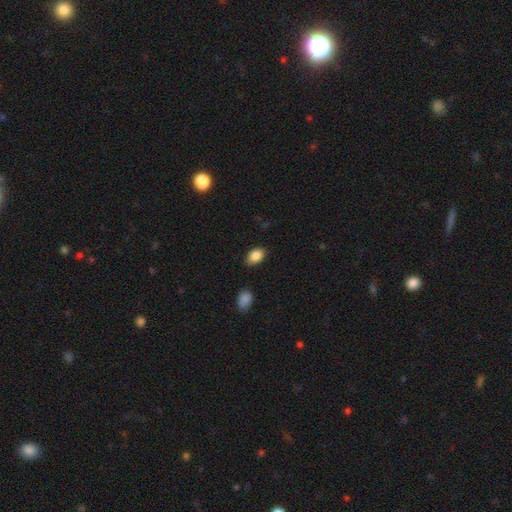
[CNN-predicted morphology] Smooth or featured?
  - smooth: 86% *
  - star or artifact: 8%
  - featured or disk: 6%
How rounded?
  - in between: 86% *
  - round: 12%
  - cigar-shaped: 1%
Merging?
  - none: 82% *
  - minor disturbance: 13%
  - major disturbance: 3%
  - merger: 2%